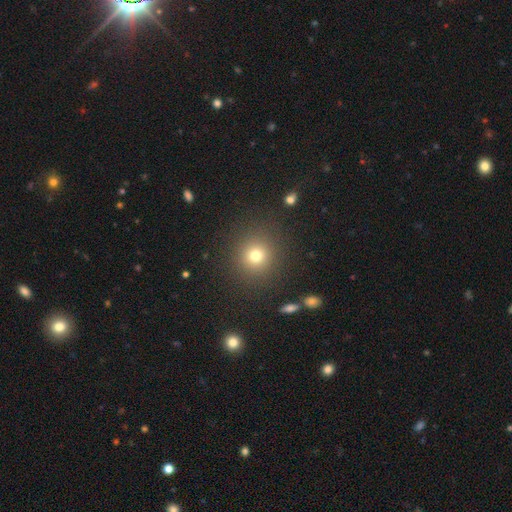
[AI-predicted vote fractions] Smooth or featured?
  - smooth: 75% *
  - star or artifact: 16%
  - featured or disk: 8%
How rounded?
  - round: 90% *
  - in between: 9%
  - cigar-shaped: 1%
Merging?
  - none: 88% *
  - minor disturbance: 7%
  - major disturbance: 3%
  - merger: 2%